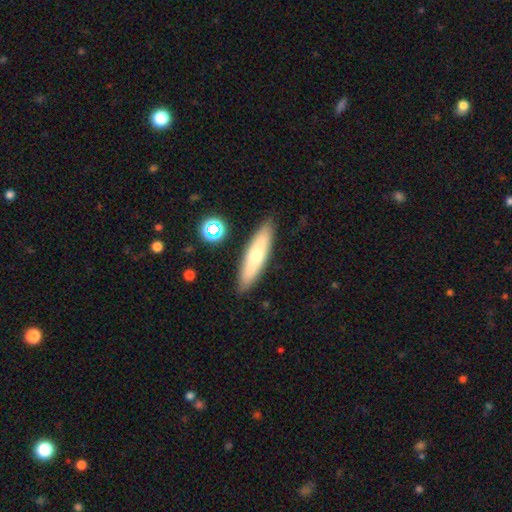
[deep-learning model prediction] A smooth galaxy with no disk features (58%) that is cigar-shaped (73%).

Vote fractions:
- Smooth or featured? smooth: 58% / featured or disk: 35% / star or artifact: 7%
- How rounded? cigar-shaped: 73% / in between: 25% / round: 2%
- Merging? none: 87% / minor disturbance: 9% / major disturbance: 2% / merger: 2%